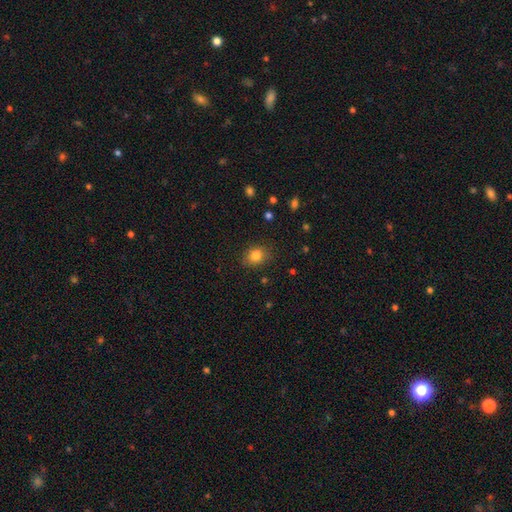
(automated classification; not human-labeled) smooth-or-featured: smooth: 83% | star or artifact: 11% | featured or disk: 6%
  how-rounded: round: 57% | in between: 42% | cigar-shaped: 1%
  merging: none: 82% | minor disturbance: 13% | major disturbance: 4% | merger: 1%